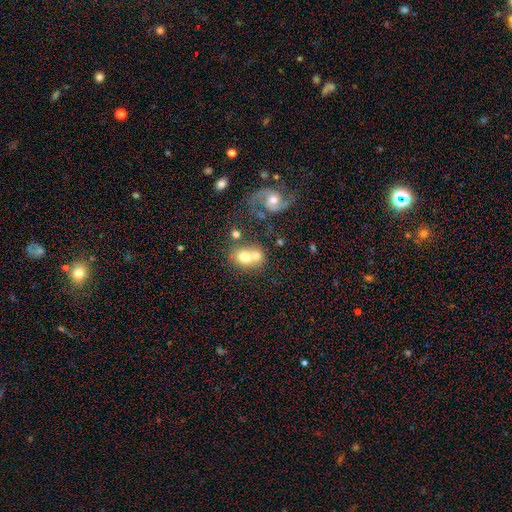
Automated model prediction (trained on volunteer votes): Smooth or featured?
  - smooth: 63% *
  - featured or disk: 28%
  - star or artifact: 9%
How rounded?
  - round: 64% *
  - in between: 35%
  - cigar-shaped: 1%
Merging?
  - merger: 53% *
  - none: 33%
  - minor disturbance: 9%
  - major disturbance: 5%